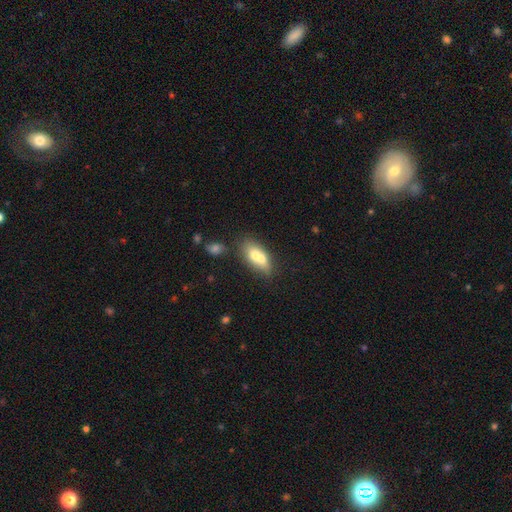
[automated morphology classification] A smooth galaxy with no disk features (64%) that is in between round and cigar-shaped (78%).

Vote fractions:
- Smooth or featured? smooth: 64% / featured or disk: 27% / star or artifact: 8%
- How rounded? in between: 78% / cigar-shaped: 14% / round: 8%
- Merging? merger: 48% / none: 34% / minor disturbance: 13% / major disturbance: 5%